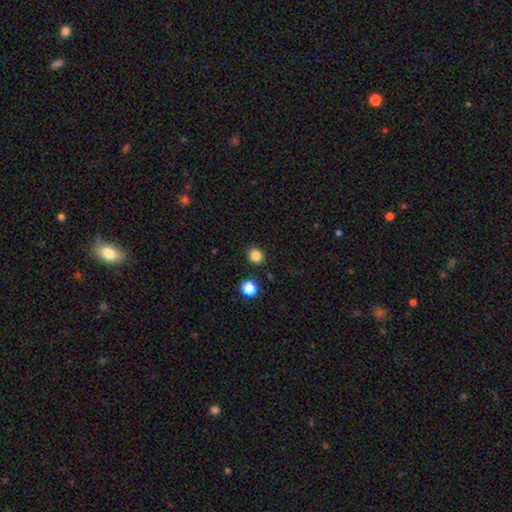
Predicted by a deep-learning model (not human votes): Smooth or featured? smooth (85%)
How rounded? round (84%)
Merging? none (90%)